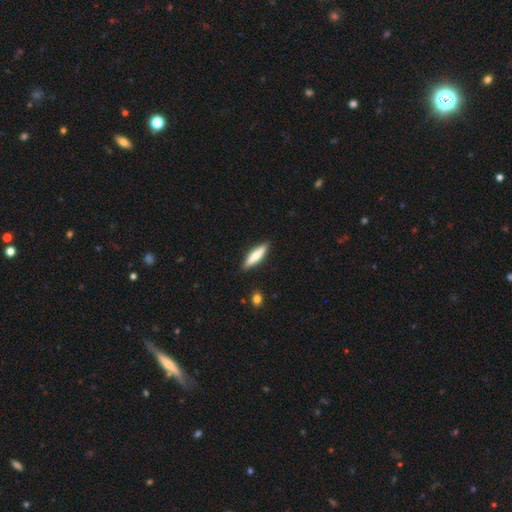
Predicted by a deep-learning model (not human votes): Smooth or featured? smooth (68%)
How rounded? cigar-shaped (78%)
Merging? none (89%)